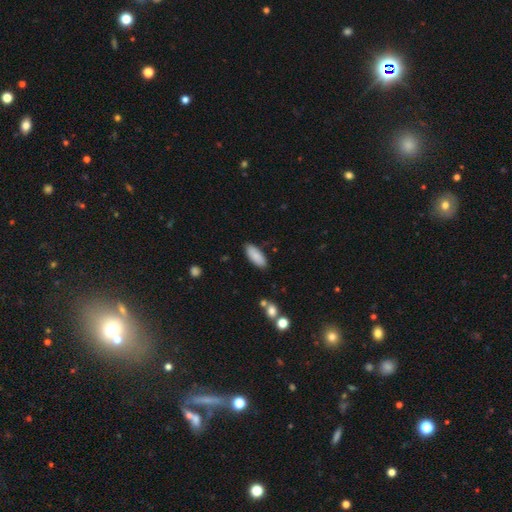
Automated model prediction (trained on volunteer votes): A smooth galaxy with no disk features (87%) that is in between round and cigar-shaped (80%).

Vote fractions:
- Smooth or featured? smooth: 87% / featured or disk: 7% / star or artifact: 6%
- How rounded? in between: 80% / cigar-shaped: 18% / round: 2%
- Merging? none: 86% / minor disturbance: 10% / major disturbance: 2% / merger: 2%